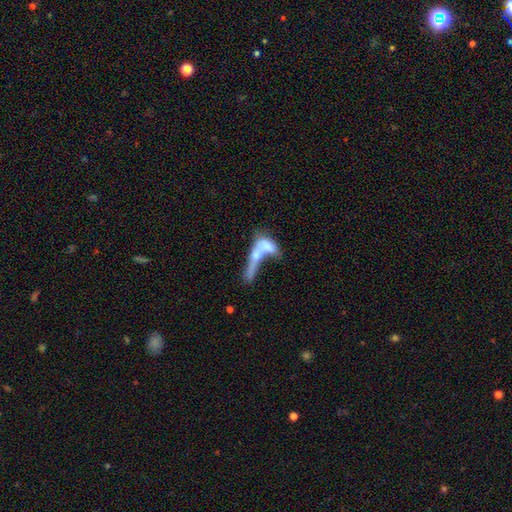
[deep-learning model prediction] smooth 51%, featured or disk 40%, star or artifact 9%. Down the decision tree: how rounded — cigar-shaped (49%); merging — merger (62%).